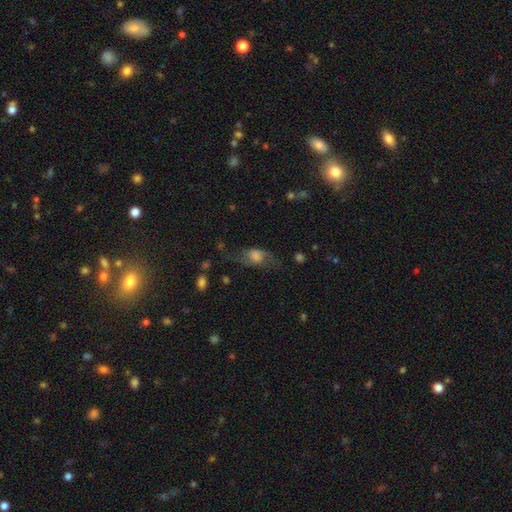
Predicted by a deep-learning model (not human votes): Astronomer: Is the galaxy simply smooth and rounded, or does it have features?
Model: smooth — 46% (runner-up: featured or disk, 42%).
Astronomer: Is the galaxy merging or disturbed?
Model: none — 53%.